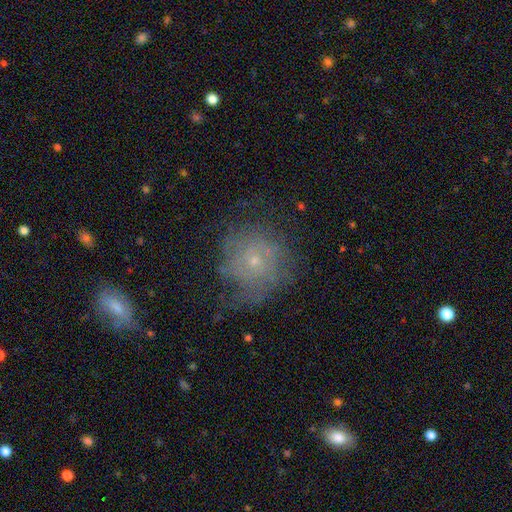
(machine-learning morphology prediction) This is possibly a featured or disk galaxy (45%). Merging: possibly none (59%).